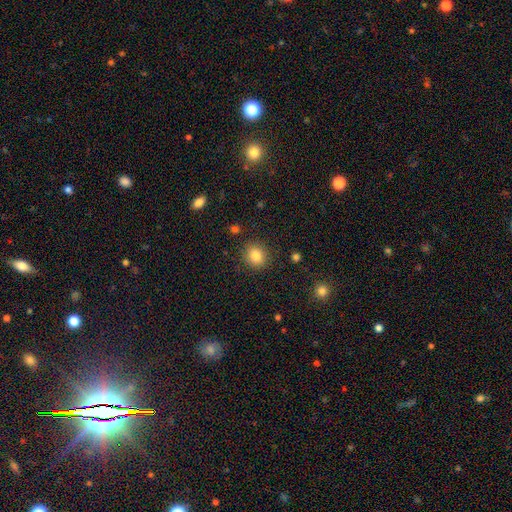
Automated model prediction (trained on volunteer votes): A smooth galaxy with no disk features (84%) that is round (78%).

Vote fractions:
- Smooth or featured? smooth: 84% / star or artifact: 10% / featured or disk: 6%
- How rounded? round: 78% / in between: 22% / cigar-shaped: 1%
- Merging? none: 88% / minor disturbance: 8% / major disturbance: 3% / merger: 2%